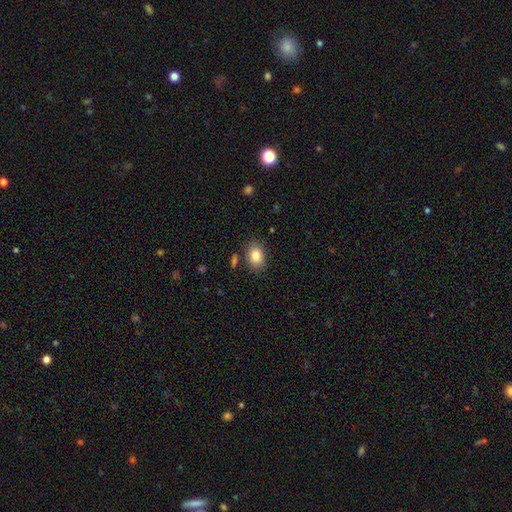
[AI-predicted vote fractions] smooth 85%, star or artifact 8%, featured or disk 7%. Down the decision tree: how rounded — in between (75%); merging — none (81%).